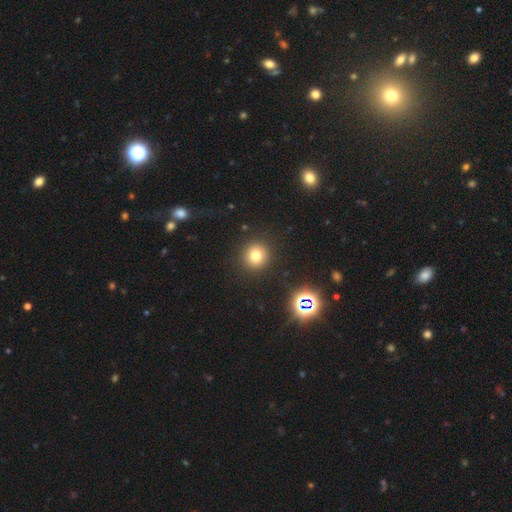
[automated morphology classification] A smooth galaxy with no disk features (75%) that is round (92%). Merging: none (90%).